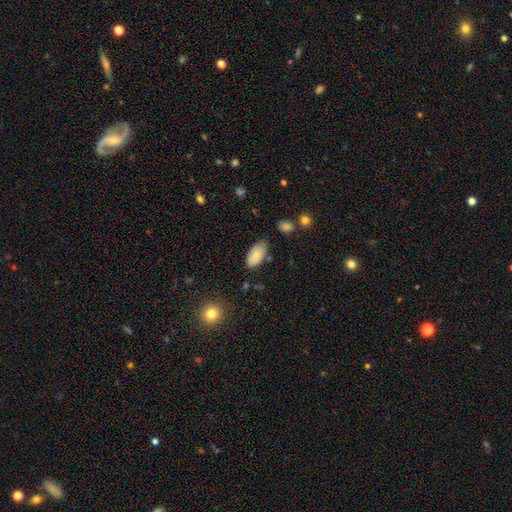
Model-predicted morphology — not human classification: A smooth galaxy with no disk features (83%) that is in between round and cigar-shaped (94%). Merging: none (68%).